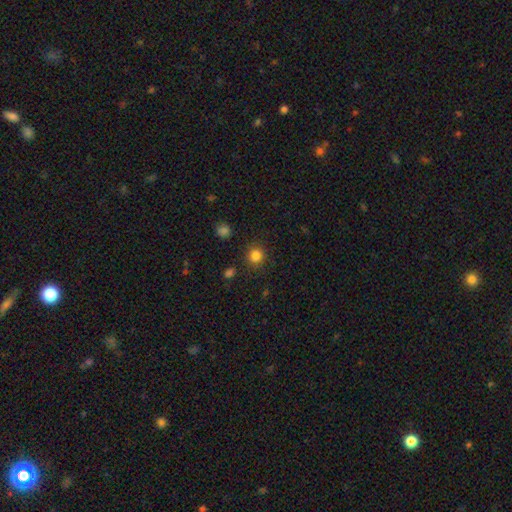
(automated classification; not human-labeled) This is clearly a smooth galaxy (84%). How rounded: clearly round (91%). Merging: clearly none (88%).